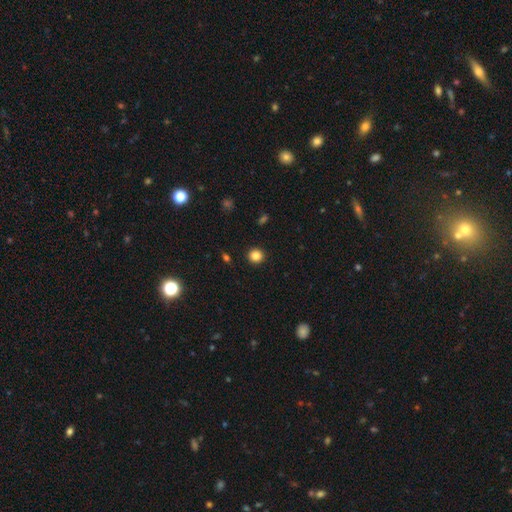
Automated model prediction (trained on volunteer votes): Smooth or featured?
  - smooth: 84% *
  - star or artifact: 11%
  - featured or disk: 4%
How rounded?
  - round: 93% *
  - in between: 6%
  - cigar-shaped: 1%
Merging?
  - none: 93% *
  - minor disturbance: 4%
  - major disturbance: 2%
  - merger: 1%